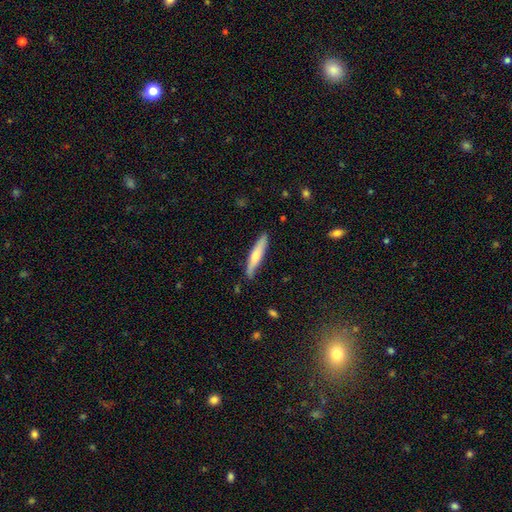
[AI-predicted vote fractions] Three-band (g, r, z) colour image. It shows a smooth galaxy with no disk features (59%) that is cigar-shaped (89%). Merging: none (84%).